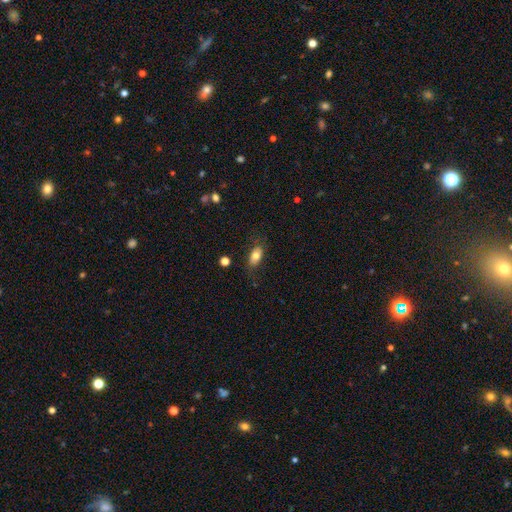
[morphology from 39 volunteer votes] This is likely a smooth galaxy (77%). How rounded: clearly in between (90%). Merging: likely none (73%).